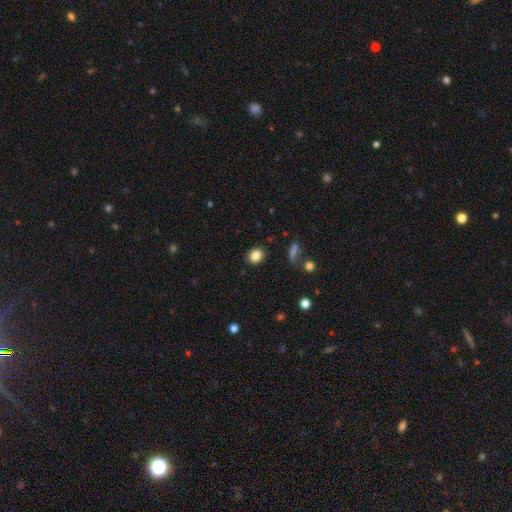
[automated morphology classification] type=smooth (84%); roundness=round (64%); merging=none (88%).